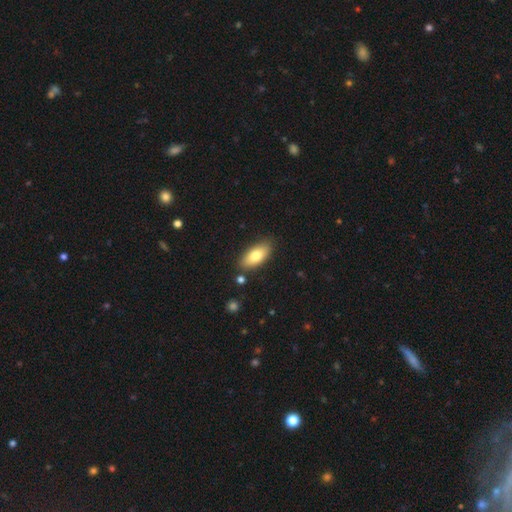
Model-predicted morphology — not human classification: This is likely a smooth galaxy (77%). How rounded: clearly in between (86%). Merging: clearly none (83%).